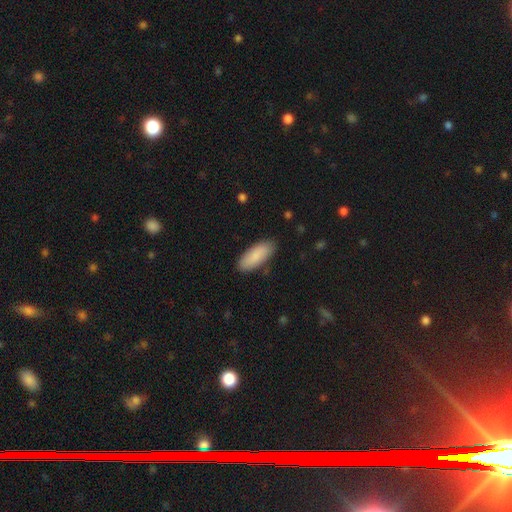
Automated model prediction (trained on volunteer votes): smooth_or_featured: smooth (p=0.88) [alt: featured or disk p=0.07]
how_rounded: in between (p=0.77) [alt: cigar-shaped p=0.21]
merging: none (p=0.86) [alt: minor disturbance p=0.11]